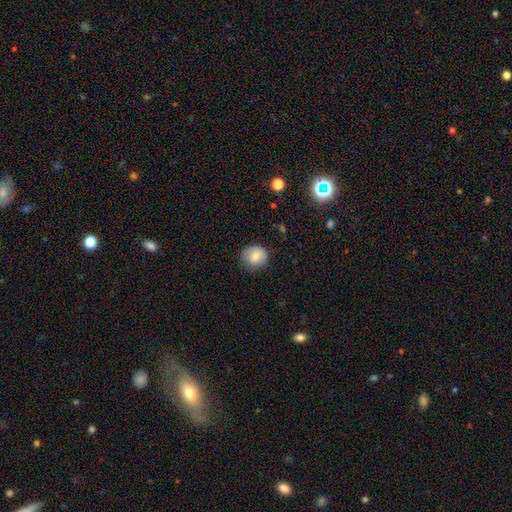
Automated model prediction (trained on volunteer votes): smooth-or-featured: smooth: 81% | featured or disk: 10% | star or artifact: 9%
  how-rounded: round: 84% | in between: 15% | cigar-shaped: 1%
  merging: none: 74% | minor disturbance: 20% | major disturbance: 5% | merger: 1%